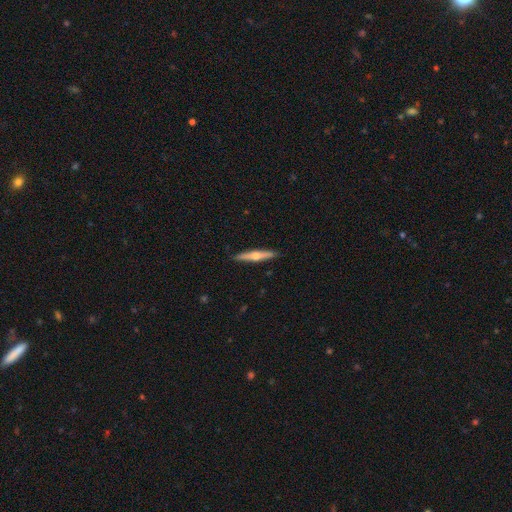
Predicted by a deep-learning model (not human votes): This appears to be a featured or disk galaxy (59%) viewed edge-on (97%) with a rounded central bulge (90%). Merging: none (90%).